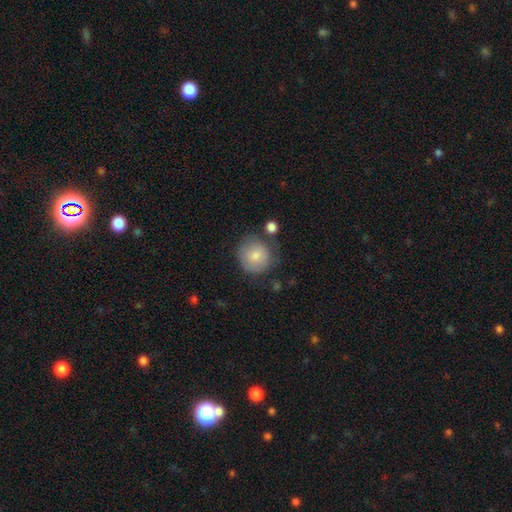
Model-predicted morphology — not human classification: The model was most divided on "merging": none: 68%, minor disturbance: 20%, major disturbance: 6%, merger: 6%. More confident: how rounded — round (92%); smooth or featured — smooth (79%).